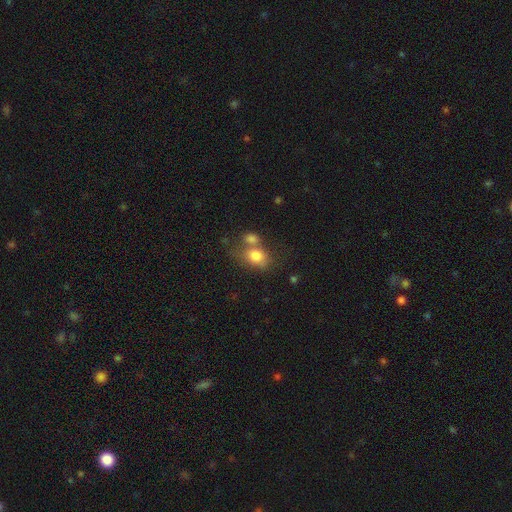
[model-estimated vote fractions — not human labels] Overall: smooth (80%). How rounded: in between (59%; round 39%). Merging: merger (41%; none 37%).